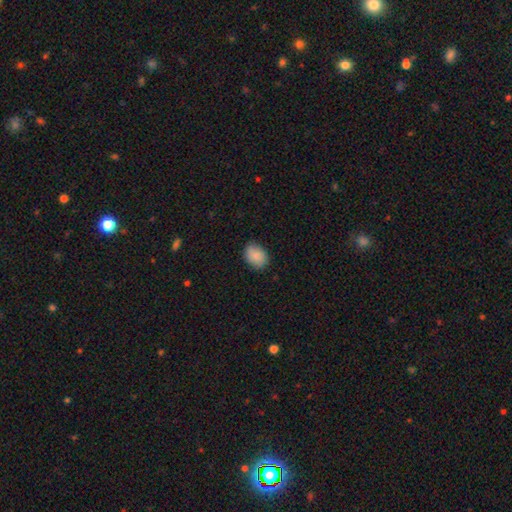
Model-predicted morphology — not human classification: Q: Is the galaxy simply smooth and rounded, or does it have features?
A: smooth — 89%.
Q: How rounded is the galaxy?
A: in between — 72%.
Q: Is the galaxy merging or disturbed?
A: none — 84%.